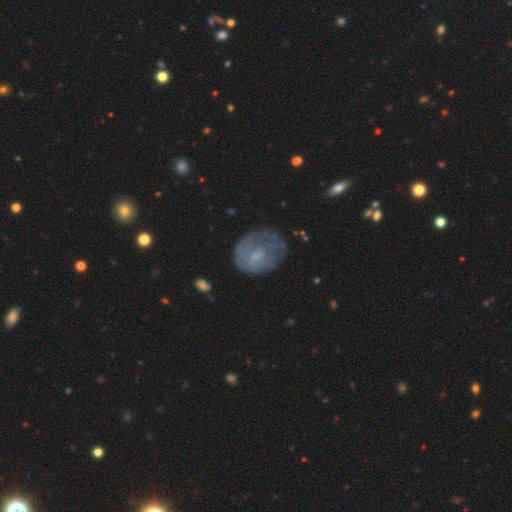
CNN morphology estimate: This is possibly a featured or disk galaxy (46%). Merging: possibly none (52%).